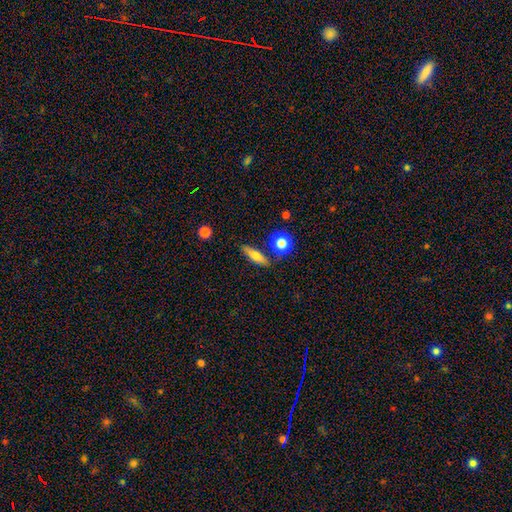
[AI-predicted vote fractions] This is likely a smooth galaxy (64%). How rounded: possibly cigar-shaped (57%). Merging: likely none (78%).